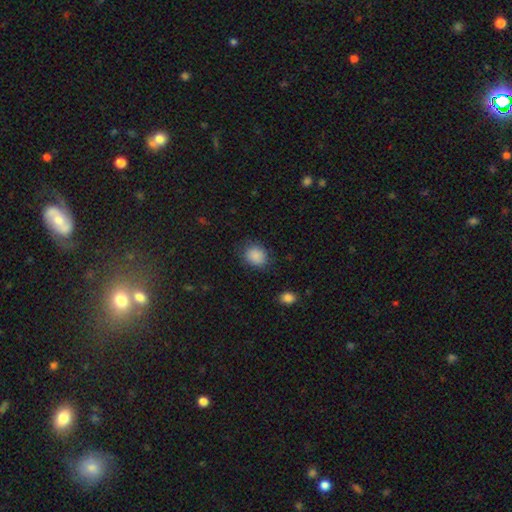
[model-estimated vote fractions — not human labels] A smooth galaxy with no disk features (88%) that is round (66%).

Vote fractions:
- Smooth or featured? smooth: 88% / star or artifact: 9% / featured or disk: 4%
- How rounded? round: 66% / in between: 33% / cigar-shaped: 1%
- Merging? none: 82% / minor disturbance: 13% / major disturbance: 4% / merger: 1%